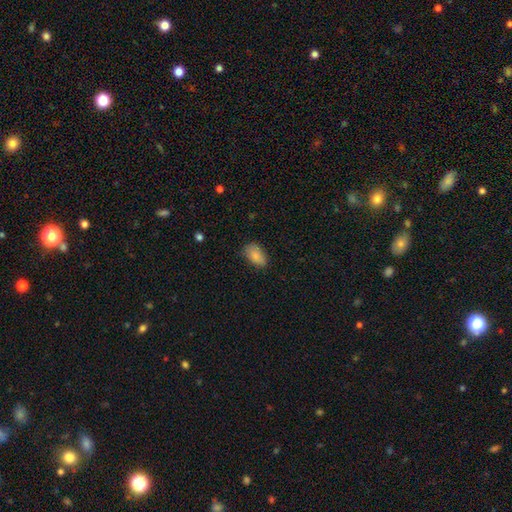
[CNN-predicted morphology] Q: Smooth or featured?
A: smooth (83%); runner-up: featured or disk (9%)
Q: How rounded?
A: in between (91%); runner-up: round (7%)
Q: Merging?
A: none (67%); runner-up: minor disturbance (27%)